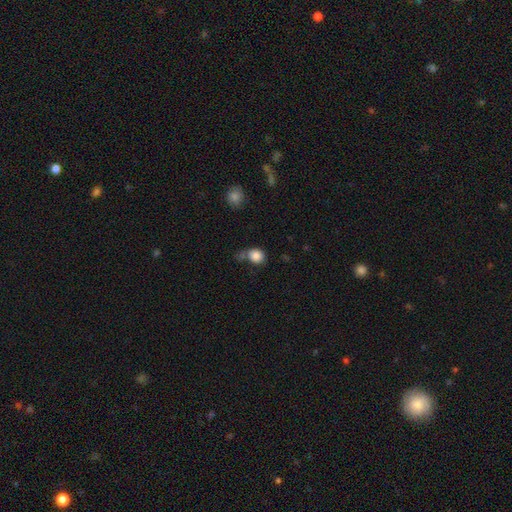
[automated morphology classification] Overall: smooth (85%). How rounded: round (76%). Merging: none (55%; minor disturbance 20%).